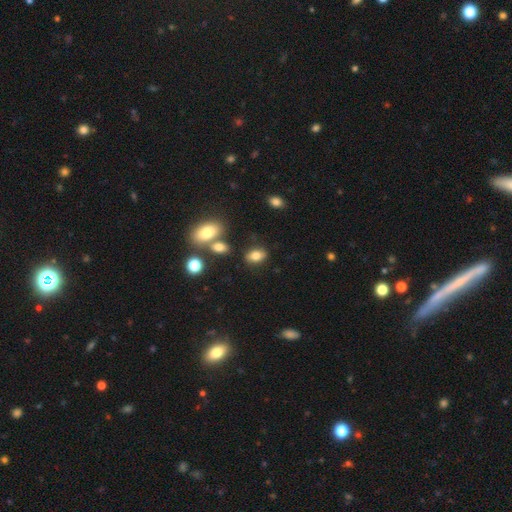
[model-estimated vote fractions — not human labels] This is clearly a smooth galaxy (81%). How rounded: clearly in between (85%). Merging: likely none (77%).